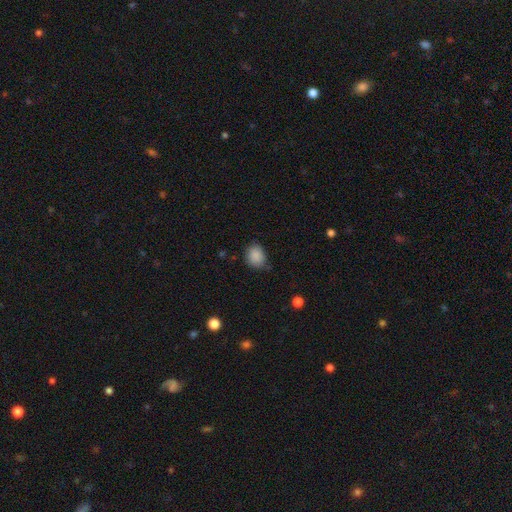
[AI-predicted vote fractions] The model was most divided on "how rounded": in between: 51%, round: 48%, cigar-shaped: 1%. More confident: smooth or featured — smooth (88%); merging — none (69%).